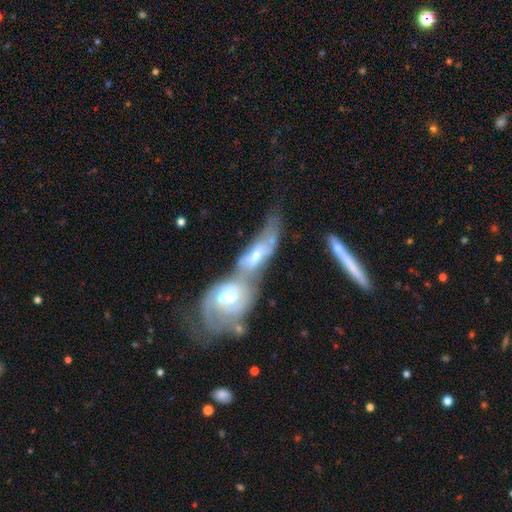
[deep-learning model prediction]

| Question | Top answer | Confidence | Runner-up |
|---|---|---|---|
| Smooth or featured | featured or disk | 59% | smooth (33%) |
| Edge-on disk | no | 87% | yes (13%) |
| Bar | no | 57% | weak (31%) |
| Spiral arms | yes | 61% | no (39%) |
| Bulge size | moderate | 59% | small (28%) |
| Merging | merger | 81% | none (8%) |